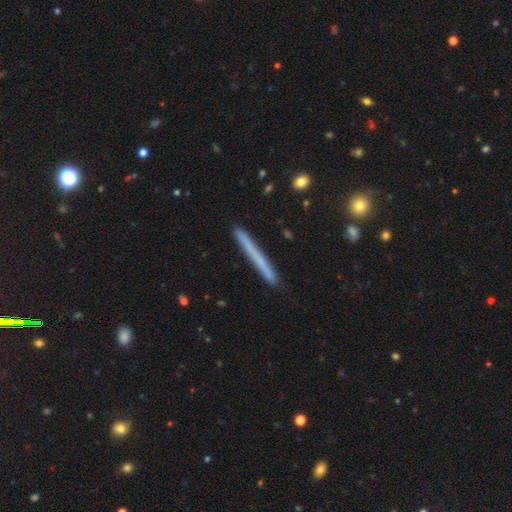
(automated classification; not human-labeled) Smooth or featured? smooth (58%)
How rounded? cigar-shaped (97%)
Merging? none (90%)